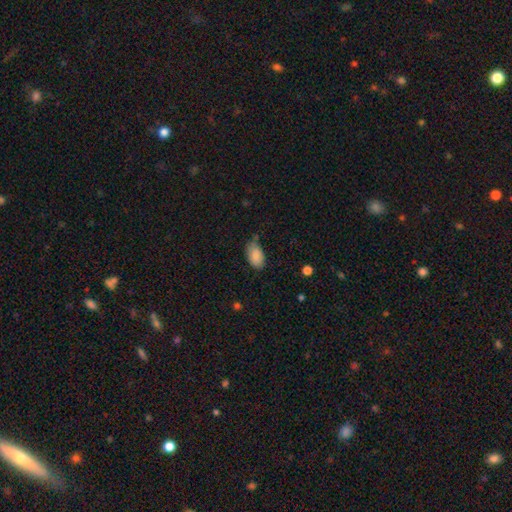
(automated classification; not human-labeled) A smooth galaxy with no disk features (87%) that is in between round and cigar-shaped (92%).

Vote fractions:
- Smooth or featured? smooth: 87% / star or artifact: 7% / featured or disk: 6%
- How rounded? in between: 92% / round: 6% / cigar-shaped: 1%
- Merging? none: 58% / minor disturbance: 32% / major disturbance: 6% / merger: 3%